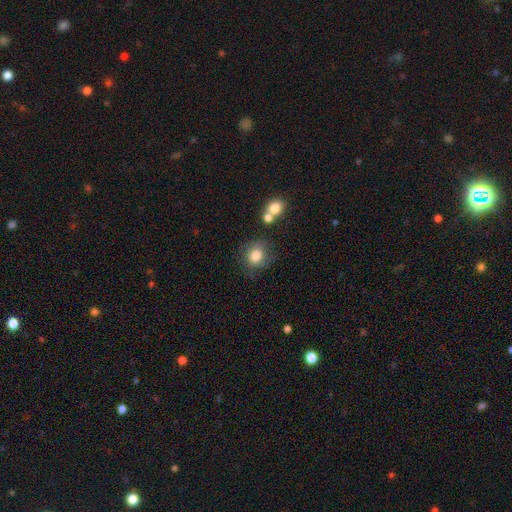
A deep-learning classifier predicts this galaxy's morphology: This appears to be a smooth galaxy with no disk features (81%) that is round (76%). Merging: none (68%).